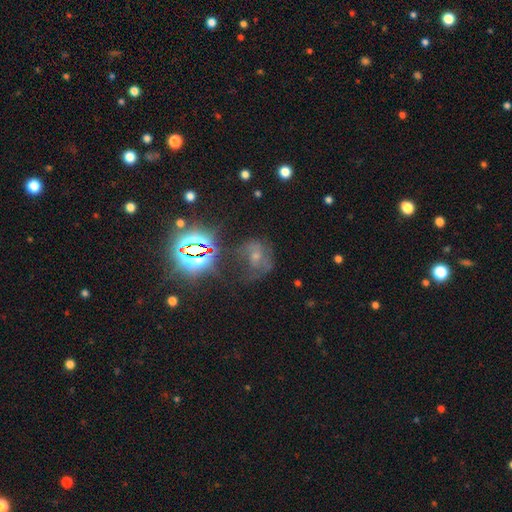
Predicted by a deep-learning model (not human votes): A featured or disk galaxy (38%).

Vote fractions:
- Smooth or featured? featured or disk: 38% / star or artifact: 33% / smooth: 29%
- Merging? none: 38% / major disturbance: 33% / minor disturbance: 24% / merger: 6%